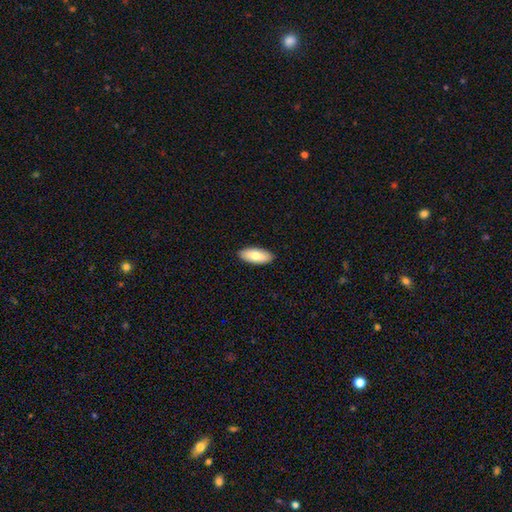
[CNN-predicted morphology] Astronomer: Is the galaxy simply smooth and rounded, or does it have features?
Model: smooth — 77%.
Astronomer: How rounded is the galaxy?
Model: in between — 85%.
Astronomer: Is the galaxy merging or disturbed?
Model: none — 90%.